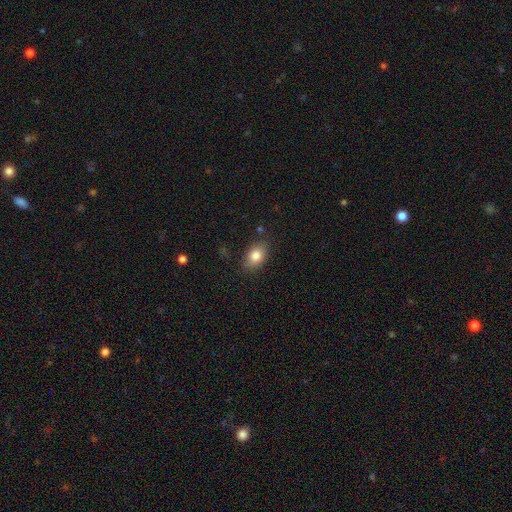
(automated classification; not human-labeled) Q: Smooth or featured?
A: smooth (82%); runner-up: featured or disk (10%)
Q: How rounded?
A: in between (82%); runner-up: round (16%)
Q: Merging?
A: none (81%); runner-up: minor disturbance (14%)